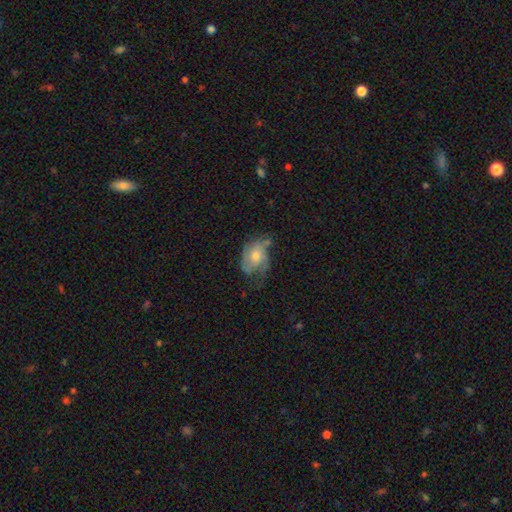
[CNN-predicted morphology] Smooth or featured? featured or disk (65%)
Edge-on disk? no (96%)
Bar? no (75%)
Spiral arms? yes (81%)
Spiral winding? medium (42%)
Spiral arm count? 2 (37%)
Bulge size? moderate (60%)
Merging? none (43%)